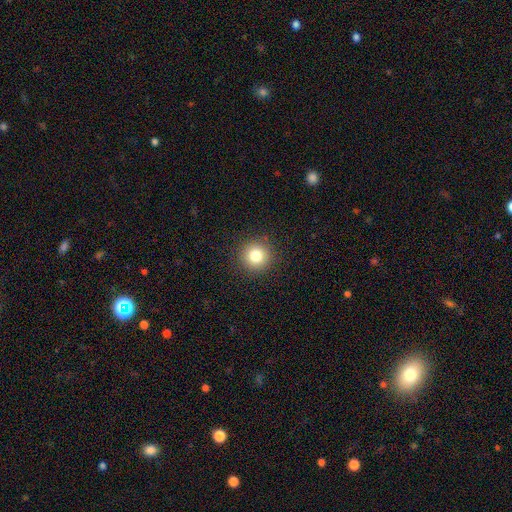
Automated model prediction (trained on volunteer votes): Smooth or featured: smooth — 81% (star or artifact — 12%)
How rounded: round — 95% (in between — 4%)
Merging: none — 91% (minor disturbance — 5%)